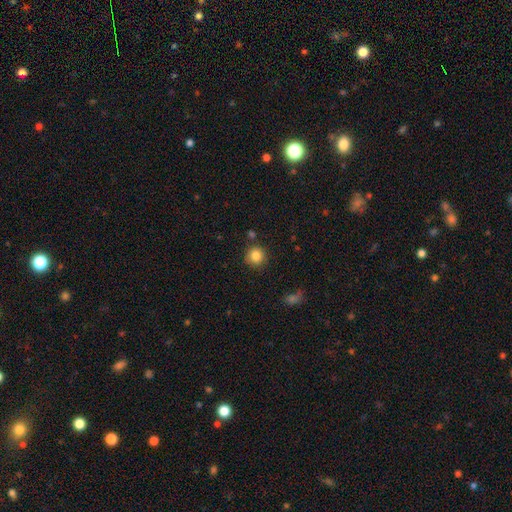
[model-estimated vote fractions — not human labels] Smooth or featured?
  - smooth: 84% *
  - star or artifact: 10%
  - featured or disk: 5%
How rounded?
  - round: 93% *
  - in between: 6%
  - cigar-shaped: 1%
Merging?
  - none: 85% *
  - minor disturbance: 8%
  - merger: 4%
  - major disturbance: 3%